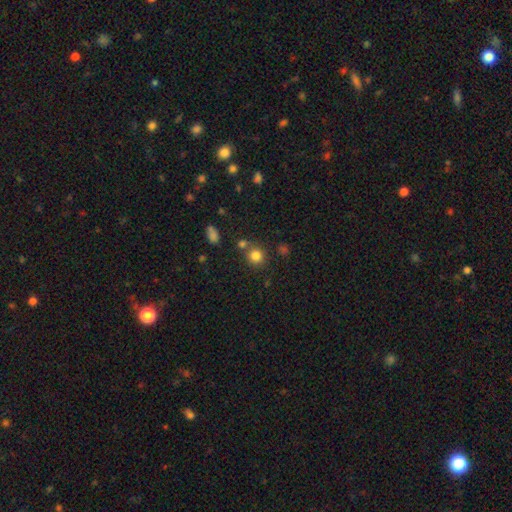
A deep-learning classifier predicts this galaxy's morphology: Q: Smooth or featured?
A: smooth (82%); runner-up: star or artifact (12%)
Q: How rounded?
A: round (87%); runner-up: in between (12%)
Q: Merging?
A: none (71%); runner-up: merger (16%)